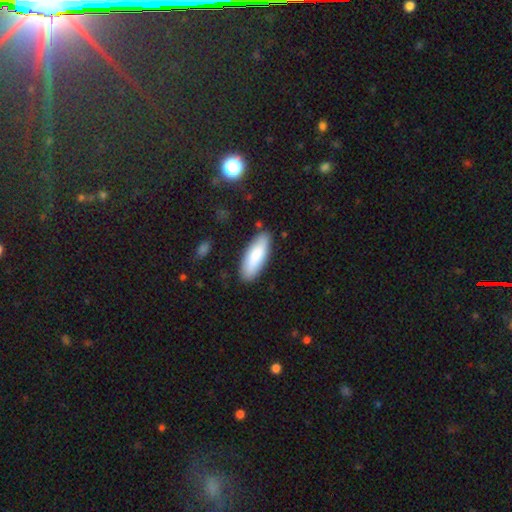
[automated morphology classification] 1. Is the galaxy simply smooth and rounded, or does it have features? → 83% smooth, 11% featured or disk, 5% star or artifact.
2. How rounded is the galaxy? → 64% in between, 34% cigar-shaped, 2% round.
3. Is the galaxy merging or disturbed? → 86% none, 10% minor disturbance, 2% major disturbance, 2% merger.